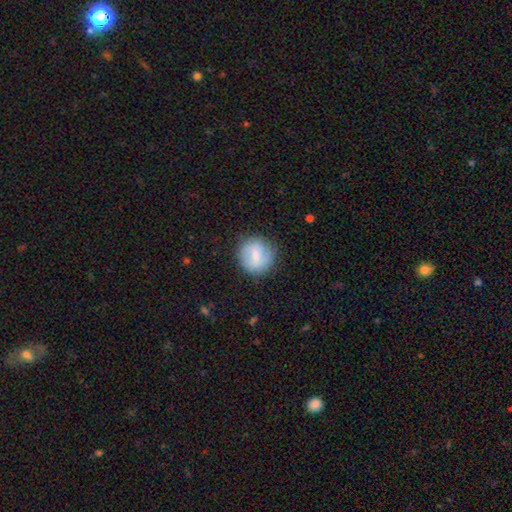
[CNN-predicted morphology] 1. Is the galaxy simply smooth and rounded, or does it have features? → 69% smooth, 24% featured or disk, 7% star or artifact.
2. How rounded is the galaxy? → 87% round, 11% in between, 1% cigar-shaped.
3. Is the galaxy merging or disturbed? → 80% none, 14% minor disturbance, 5% major disturbance, 1% merger.